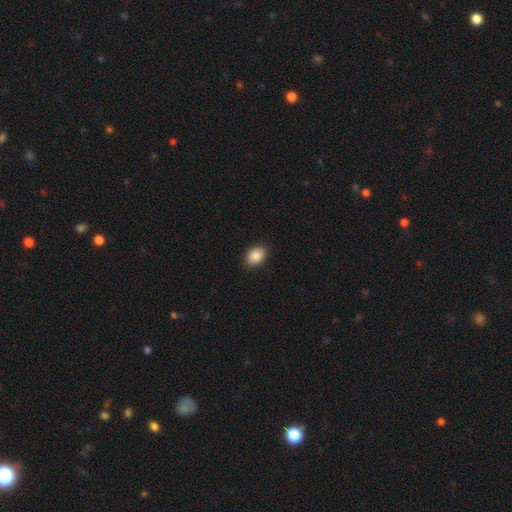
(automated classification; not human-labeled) This appears to be a smooth galaxy with no disk features (89%) that is in between round and cigar-shaped (71%). Merging: none (89%).